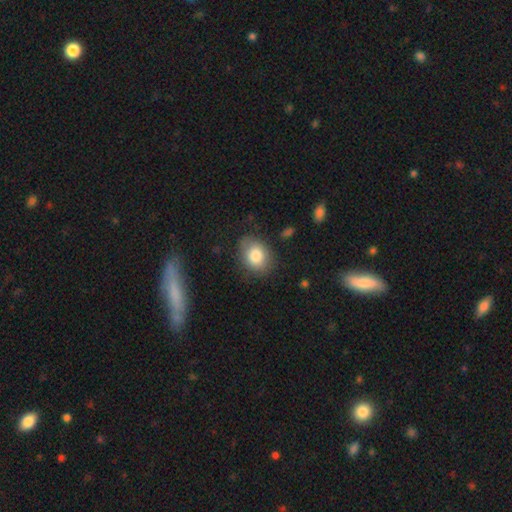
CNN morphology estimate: Q: Smooth or featured?
A: smooth (80%); runner-up: featured or disk (12%)
Q: How rounded?
A: in between (56%); runner-up: round (43%)
Q: Merging?
A: none (77%); runner-up: minor disturbance (16%)